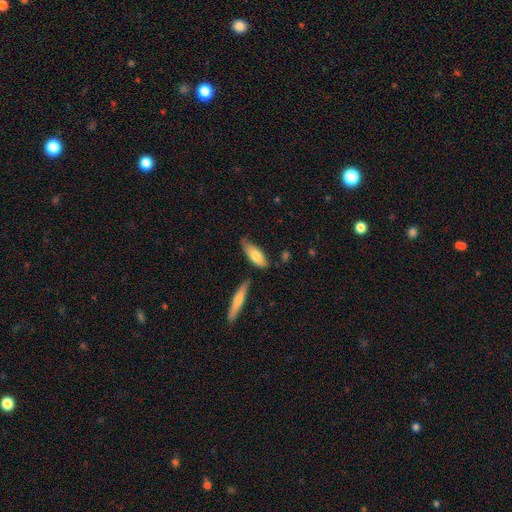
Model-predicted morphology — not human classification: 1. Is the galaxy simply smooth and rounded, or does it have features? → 74% smooth, 20% featured or disk, 6% star or artifact.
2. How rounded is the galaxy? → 65% in between, 33% cigar-shaped, 2% round.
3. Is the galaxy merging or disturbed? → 62% none, 26% minor disturbance, 7% merger, 5% major disturbance.